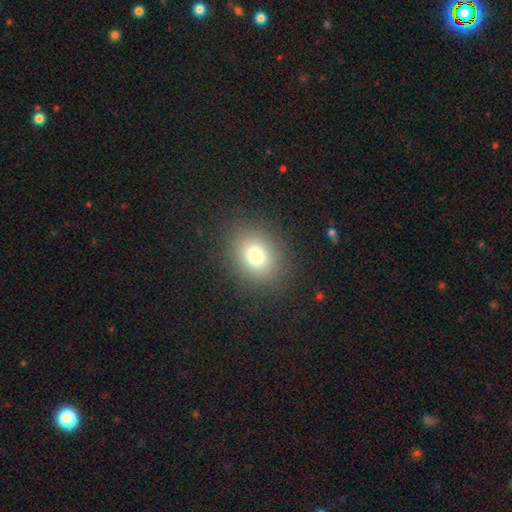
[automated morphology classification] Q: Smooth or featured?
A: smooth (75%); runner-up: star or artifact (14%)
Q: How rounded?
A: round (57%); runner-up: in between (42%)
Q: Merging?
A: none (87%); runner-up: minor disturbance (8%)